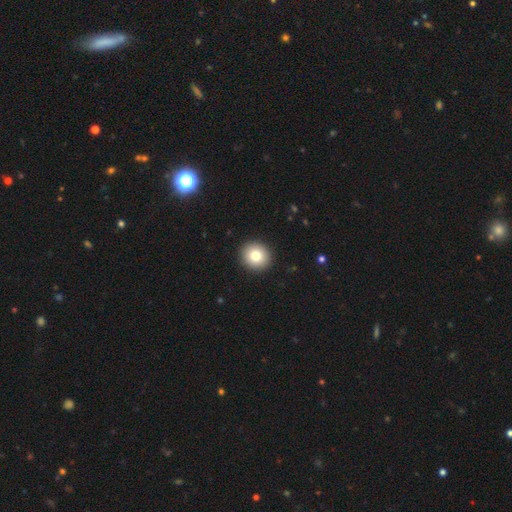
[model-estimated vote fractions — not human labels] Overall: smooth (80%). How rounded: round (91%). Merging: none (93%).